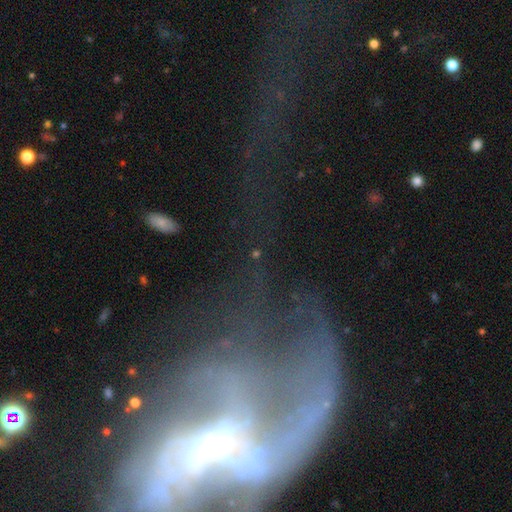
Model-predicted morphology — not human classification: Overall: featured or disk (67%). Edge-on disk: no (90%). Bar: no (41%; weak 33%). Spiral arms: yes (67%; no 33%). Bulge size: small (51%; moderate 32%). Merging: major disturbance (43%; none 33%).